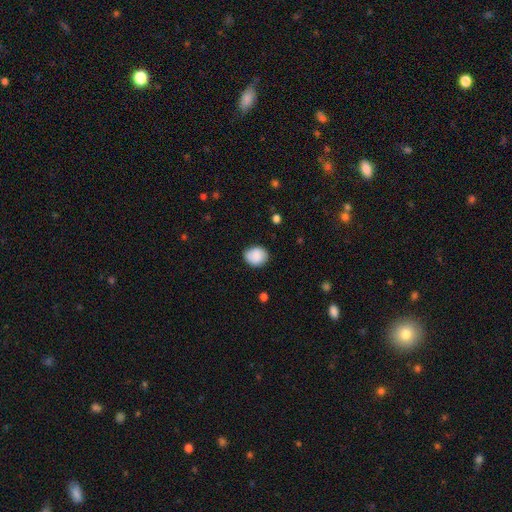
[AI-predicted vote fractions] Morphology: type=smooth (83%); roundness=round (65%); merging=none (80%).